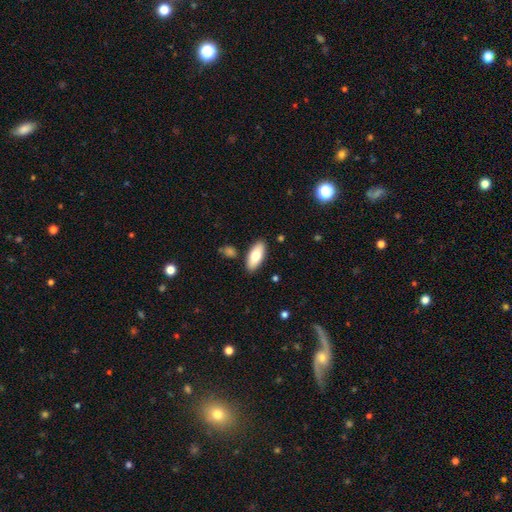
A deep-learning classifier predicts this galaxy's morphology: smooth 74%, featured or disk 20%, star or artifact 6%. Down the decision tree: how rounded — in between (84%); merging — none (87%).